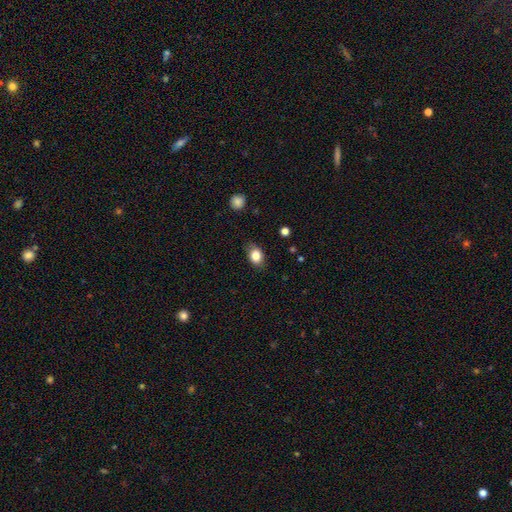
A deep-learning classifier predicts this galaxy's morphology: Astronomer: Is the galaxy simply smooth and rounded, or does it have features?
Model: smooth — 84%.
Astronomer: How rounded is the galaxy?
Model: in between — 71%.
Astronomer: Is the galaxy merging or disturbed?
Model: none — 80%.